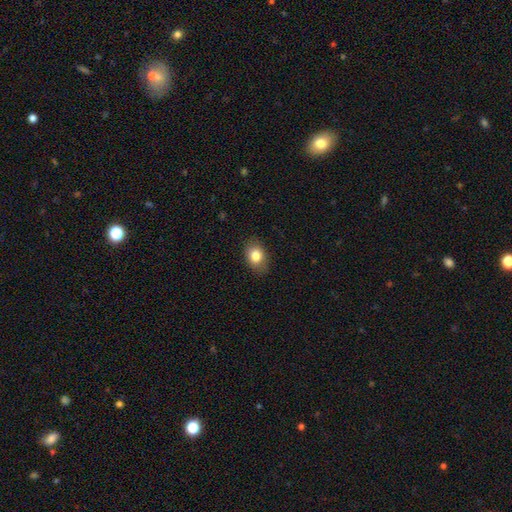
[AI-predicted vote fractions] Smooth or featured: smooth — 82% (featured or disk — 9%)
How rounded: in between — 71% (round — 28%)
Merging: none — 85% (minor disturbance — 12%)